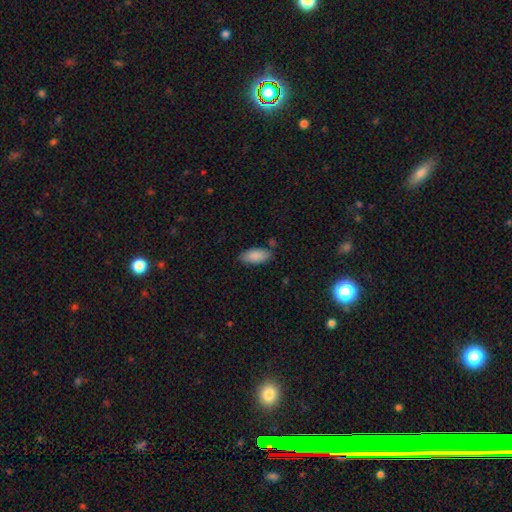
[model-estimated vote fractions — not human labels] Morphology: type=smooth (89%); roundness=in between (90%); merging=none (78%).